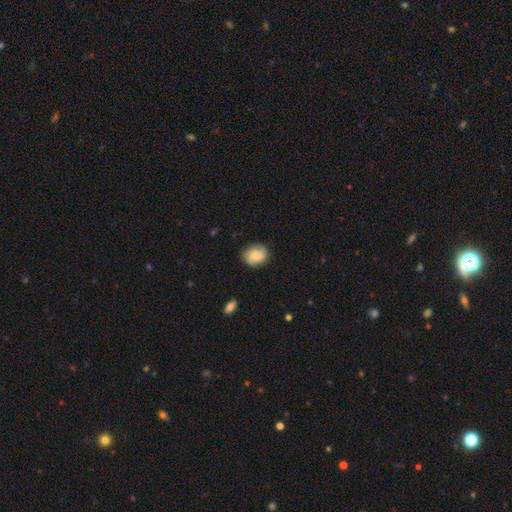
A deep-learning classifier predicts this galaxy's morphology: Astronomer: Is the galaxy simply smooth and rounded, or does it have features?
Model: smooth — 61%.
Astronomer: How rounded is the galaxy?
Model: round — 68%.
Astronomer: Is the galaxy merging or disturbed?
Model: none — 77%.